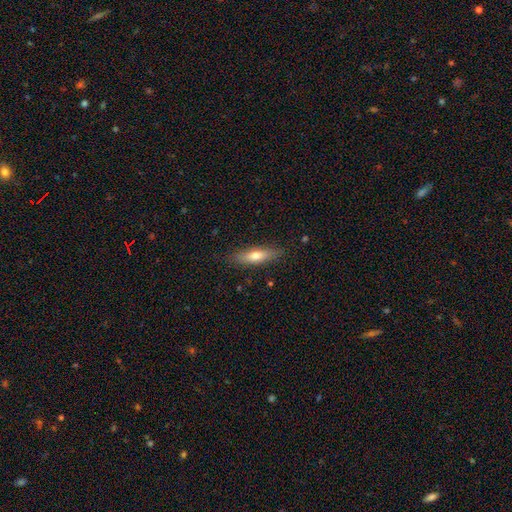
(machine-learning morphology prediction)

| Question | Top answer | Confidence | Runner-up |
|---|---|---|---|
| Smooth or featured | smooth | 64% | featured or disk (30%) |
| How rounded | cigar-shaped | 63% | in between (35%) |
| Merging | none | 86% | minor disturbance (11%) |